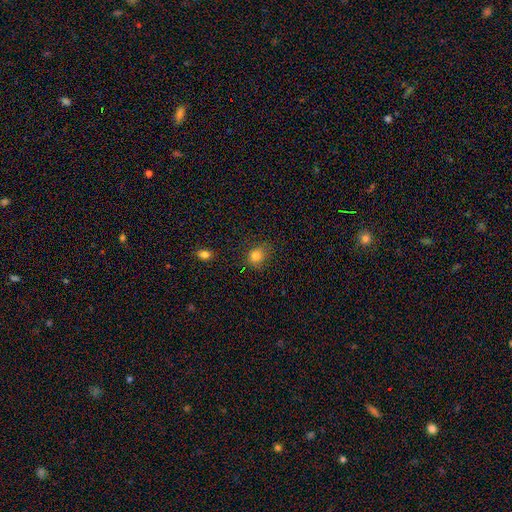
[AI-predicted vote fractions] The model was most divided on "how rounded": round: 68%, in between: 31%, cigar-shaped: 1%. More confident: smooth or featured — smooth (82%); merging — none (77%).